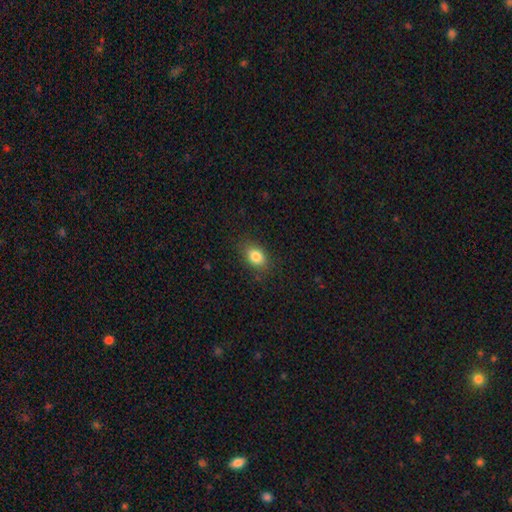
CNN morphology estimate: Smooth or featured: smooth — 84% (star or artifact — 9%)
How rounded: in between — 75% (round — 23%)
Merging: none — 84% (minor disturbance — 11%)